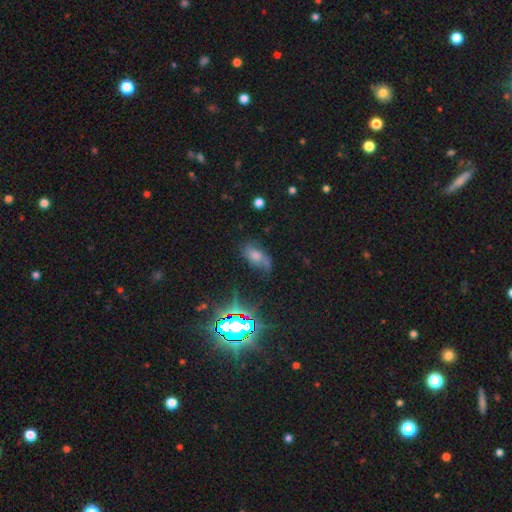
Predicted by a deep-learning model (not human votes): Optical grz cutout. It shows a star or artifact, not a galaxy (37%).